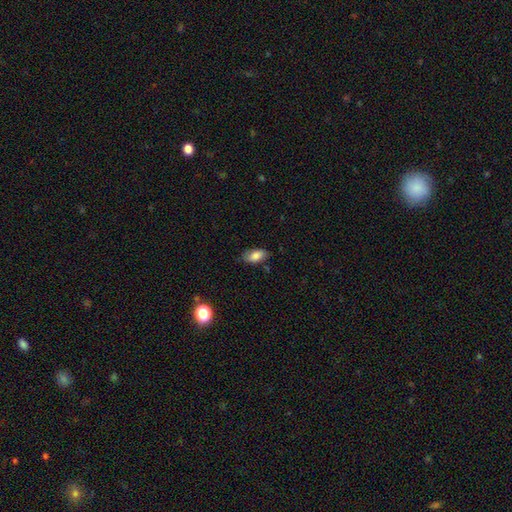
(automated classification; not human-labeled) Smooth or featured? Predicted: smooth (p=0.80). How rounded? Predicted: in between (p=0.92). Merging? Predicted: none (p=0.76).